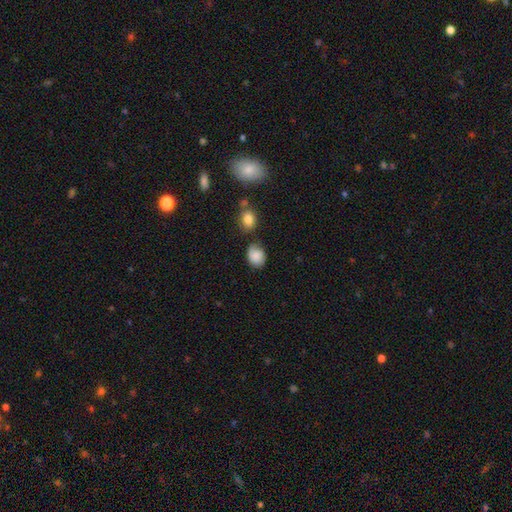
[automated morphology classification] The model was most divided on "how rounded": in between: 51%, round: 48%, cigar-shaped: 1%. More confident: smooth or featured — smooth (79%); merging — none (54%).